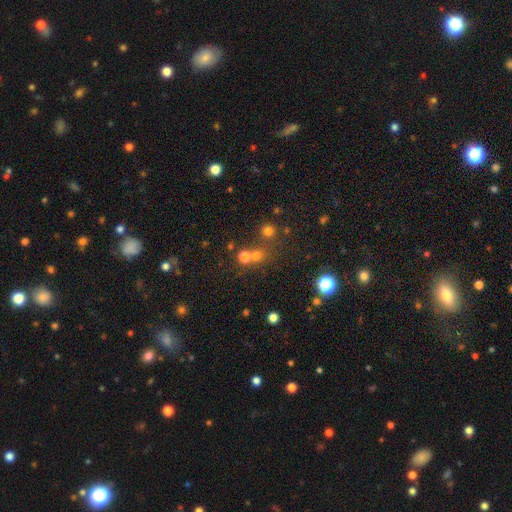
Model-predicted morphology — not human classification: Smooth or featured?
  - smooth: 61% *
  - star or artifact: 30%
  - featured or disk: 9%
How rounded?
  - round: 88% *
  - in between: 11%
  - cigar-shaped: 1%
Merging?
  - none: 60% *
  - merger: 28%
  - minor disturbance: 7%
  - major disturbance: 4%